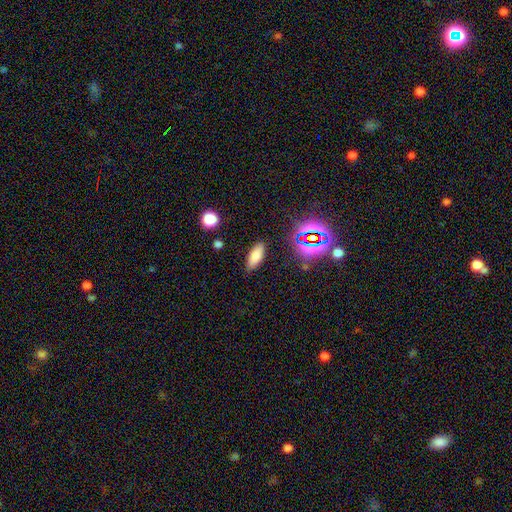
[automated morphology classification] Q: Smooth or featured?
A: smooth (75%); runner-up: star or artifact (14%)
Q: How rounded?
A: in between (74%); runner-up: cigar-shaped (22%)
Q: Merging?
A: none (84%); runner-up: minor disturbance (11%)